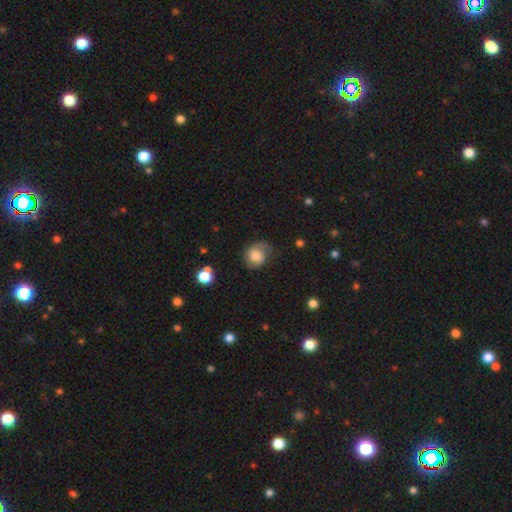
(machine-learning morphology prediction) A smooth galaxy with no disk features (48%). Merging: none (58%).